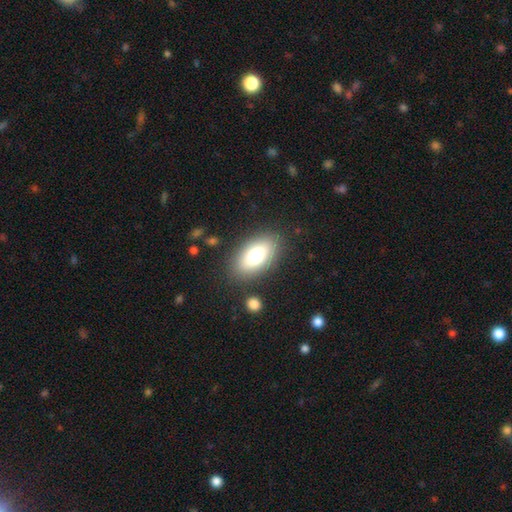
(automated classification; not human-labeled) Morphology: type=smooth (76%); roundness=in between (91%); merging=none (84%).